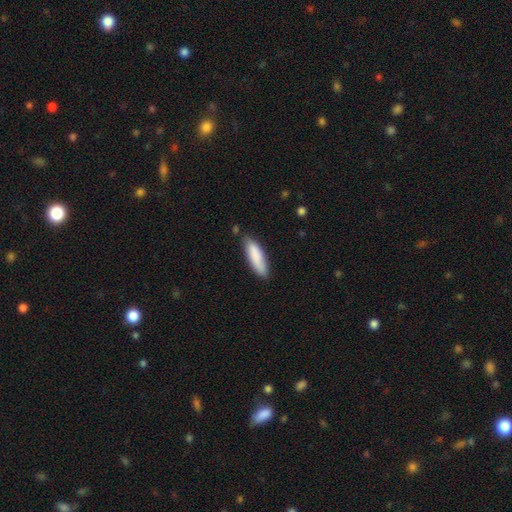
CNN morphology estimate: The model was most divided on "how rounded": cigar-shaped: 60%, in between: 39%, round: 1%. More confident: smooth or featured — smooth (86%); merging — none (77%).